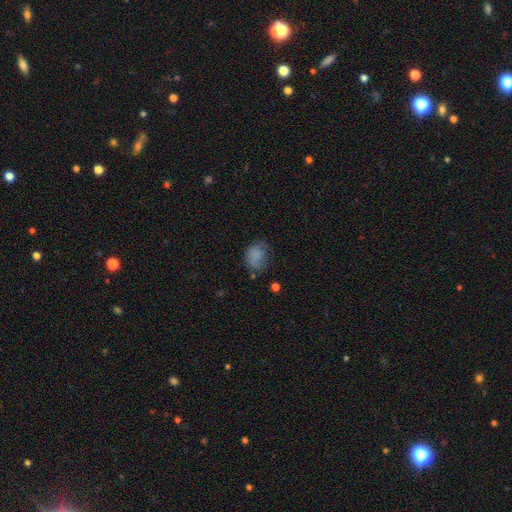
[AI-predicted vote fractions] This is likely a smooth galaxy (80%). How rounded: possibly in between (54%). Merging: possibly none (54%).